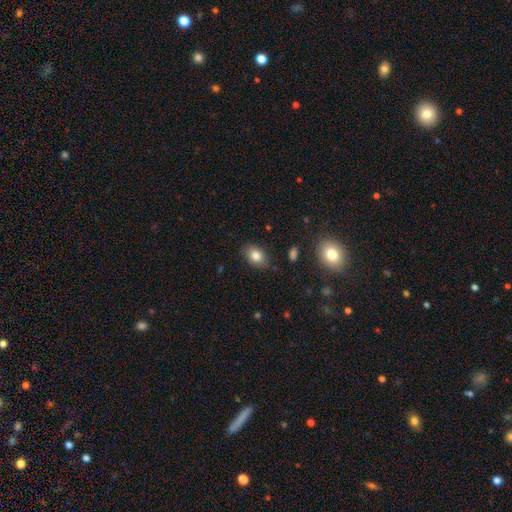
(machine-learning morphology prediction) A smooth galaxy with no disk features (83%) that is in between round and cigar-shaped (79%). Merging: none (83%).